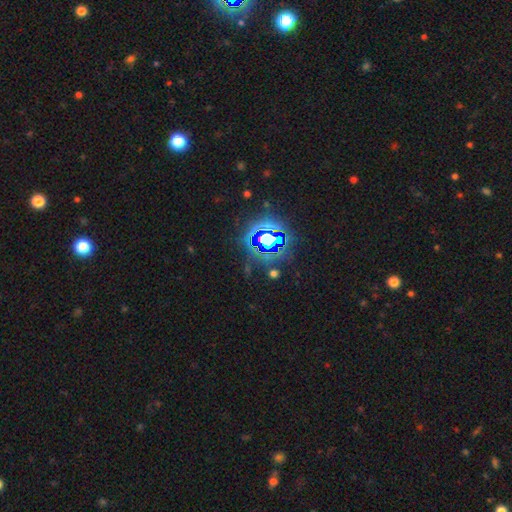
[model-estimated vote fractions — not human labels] smooth-or-featured: star or artifact: 83% | smooth: 11% | featured or disk: 6%